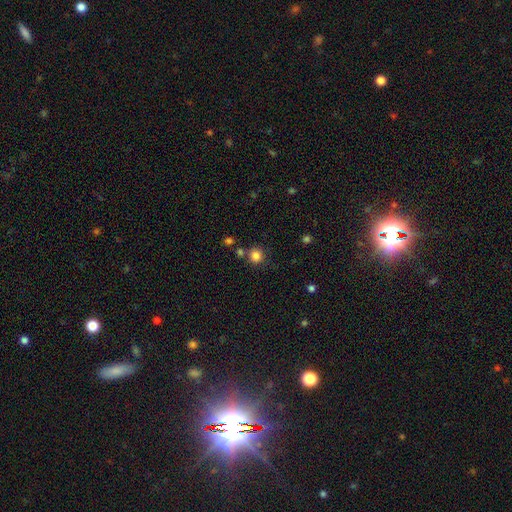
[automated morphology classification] A smooth galaxy with no disk features (83%) that is round (93%). Merging: none (78%).